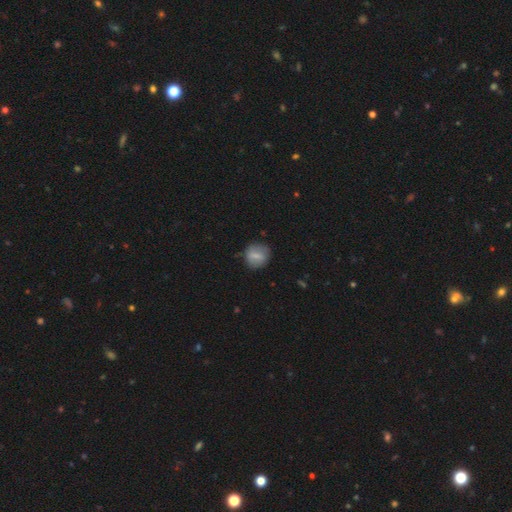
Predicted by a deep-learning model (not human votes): Smooth or featured? Predicted: smooth (p=0.66). How rounded? Predicted: round (p=0.70). Merging? Predicted: none (p=0.76).